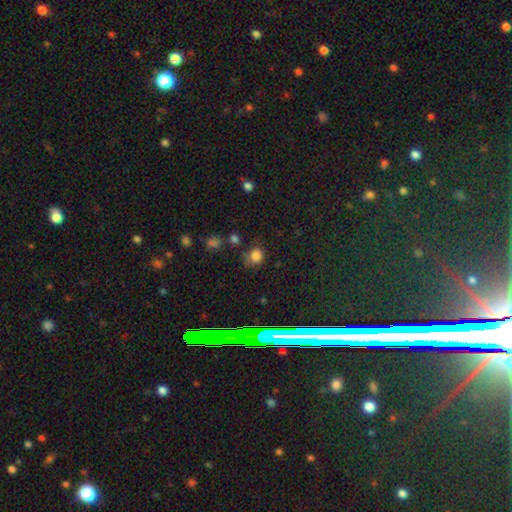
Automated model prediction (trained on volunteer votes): This is likely a smooth galaxy (76%). How rounded: likely round (71%). Merging: likely none (62%).